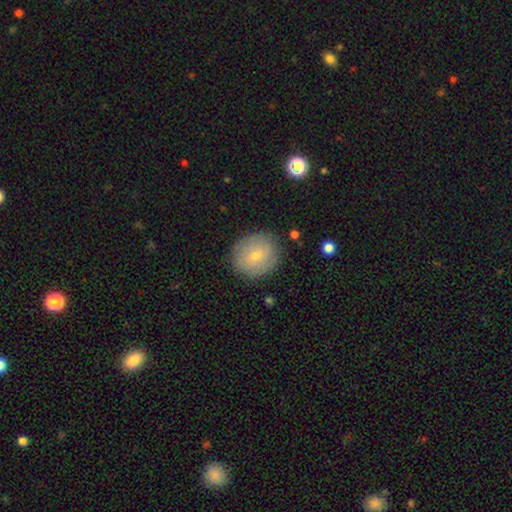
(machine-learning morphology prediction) This appears to be a smooth galaxy with no disk features (66%) that is round (83%). Merging: none (86%).